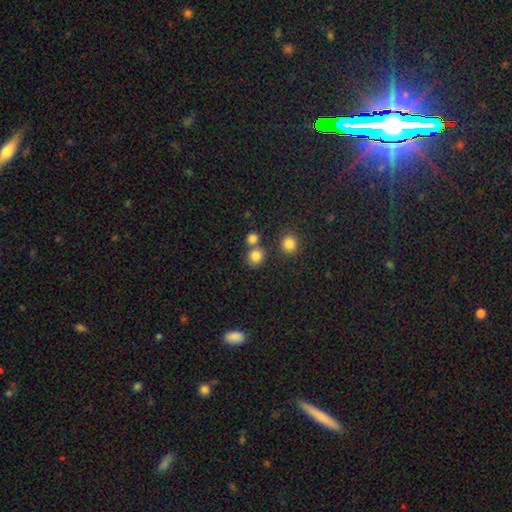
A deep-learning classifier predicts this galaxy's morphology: Smooth or featured: smooth — 82% (star or artifact — 13%)
How rounded: round — 84% (in between — 15%)
Merging: none — 65% (merger — 24%)